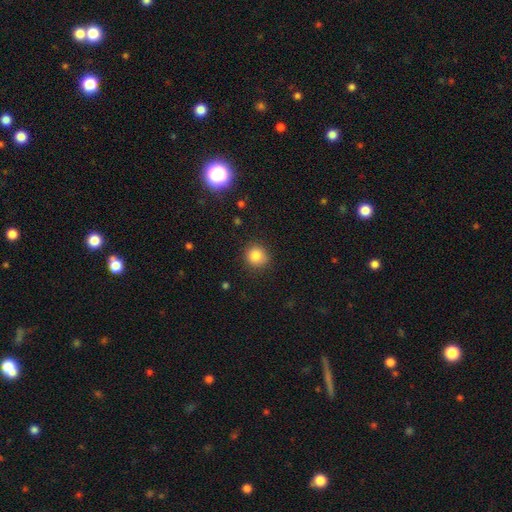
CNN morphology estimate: This appears to be a smooth galaxy with no disk features (84%) that is round (90%). Merging: none (87%).